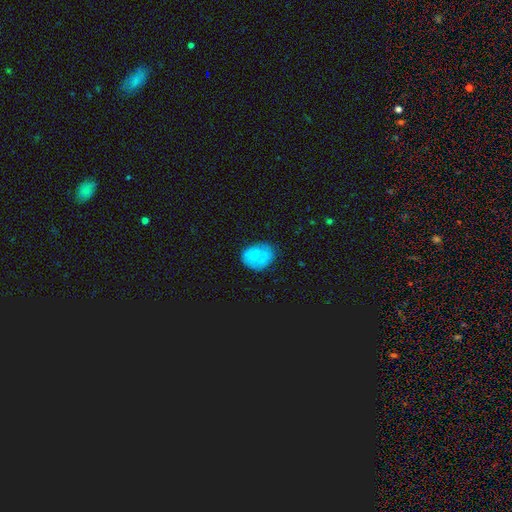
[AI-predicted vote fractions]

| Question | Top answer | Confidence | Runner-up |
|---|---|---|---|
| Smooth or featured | smooth | 66% | featured or disk (25%) |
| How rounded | in between | 59% | round (40%) |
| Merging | none | 57% | minor disturbance (28%) |